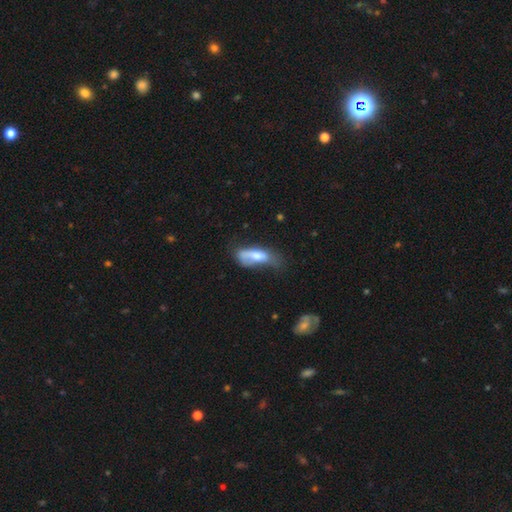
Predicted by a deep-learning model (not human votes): smooth 63%, featured or disk 29%, star or artifact 8%. Down the decision tree: how rounded — in between (64%); merging — minor disturbance (31%, tied with major disturbance).